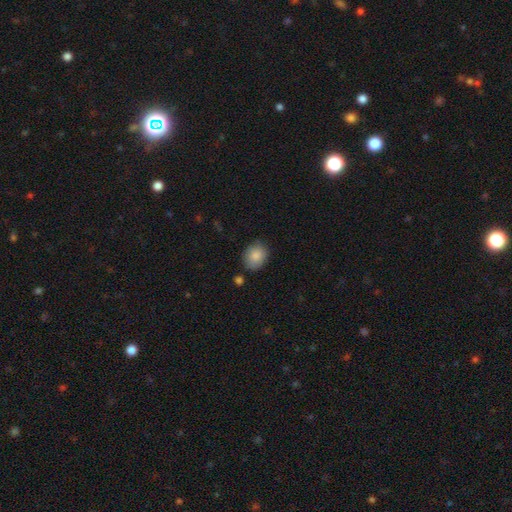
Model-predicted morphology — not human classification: smooth 87%, star or artifact 7%, featured or disk 6%. Down the decision tree: how rounded — in between (53%); merging — none (81%).